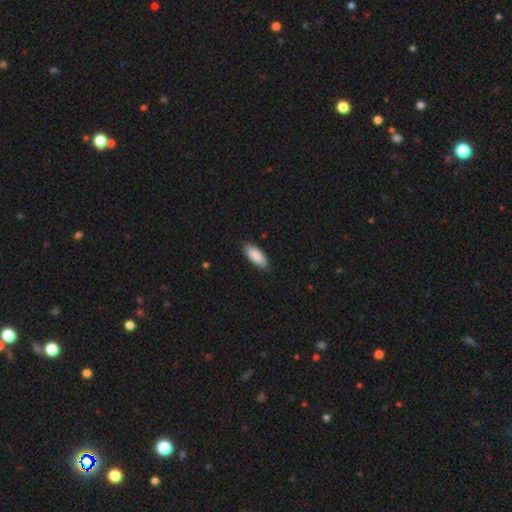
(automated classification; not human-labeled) The model was most divided on "how rounded": in between: 81%, cigar-shaped: 18%, round: 2%. More confident: smooth or featured — smooth (90%); merging — none (85%).